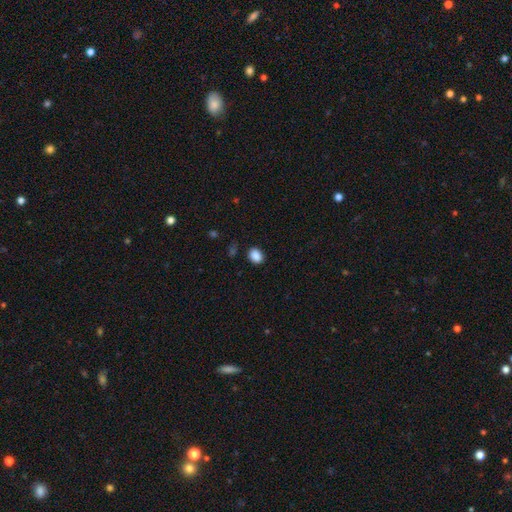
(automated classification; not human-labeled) This appears to be a smooth galaxy with no disk features (88%) that is in between round and cigar-shaped (62%). Merging: none (84%).